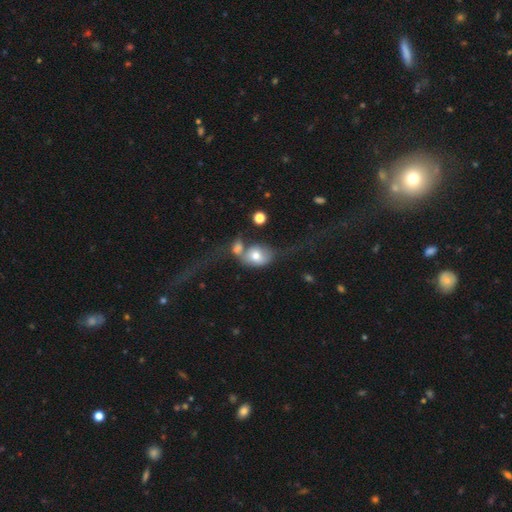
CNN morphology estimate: smooth-or-featured: smooth: 63% | featured or disk: 28% | star or artifact: 9%
  how-rounded: in between: 63% | round: 35% | cigar-shaped: 2%
  merging: merger: 54% | major disturbance: 21% | none: 16% | minor disturbance: 10%